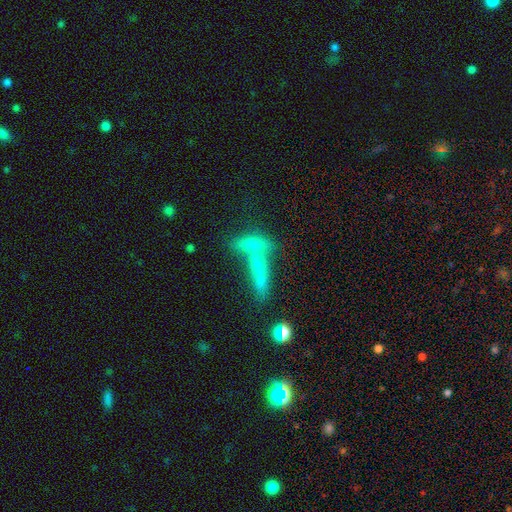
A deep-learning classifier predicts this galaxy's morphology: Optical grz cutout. It shows a smooth galaxy with no disk features (59%) that is cigar-shaped (61%). Merging: merger (52%).